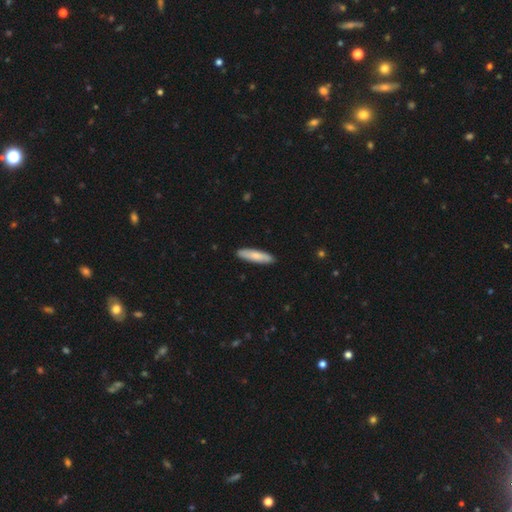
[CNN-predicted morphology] Smooth or featured? smooth (80%)
How rounded? cigar-shaped (78%)
Merging? none (91%)